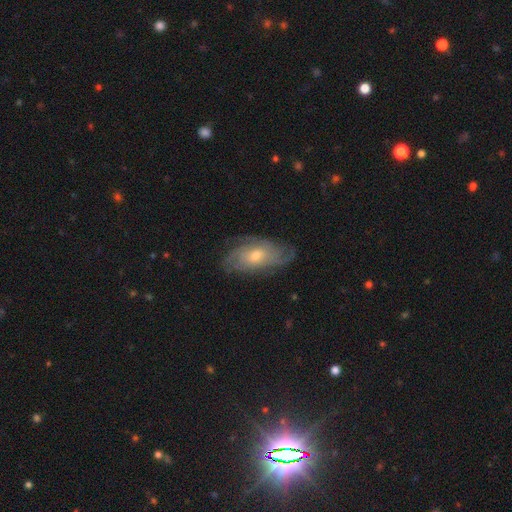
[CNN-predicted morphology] This is likely a featured or disk galaxy (71%). It is clearly not viewed edge-on (91%). Bar: likely no (77%). Spiral arm pattern: clearly yes (88%). Spiral arm count: possibly can't tell (48%). Spiral winding: possibly tight (53%). Central bulge: possibly moderate (50%). Merging: likely none (71%).